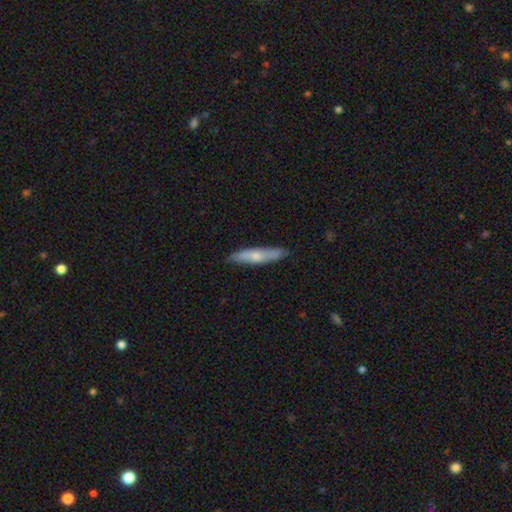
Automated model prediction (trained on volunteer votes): A smooth galaxy with no disk features (60%) that is cigar-shaped (86%). Merging: none (86%).